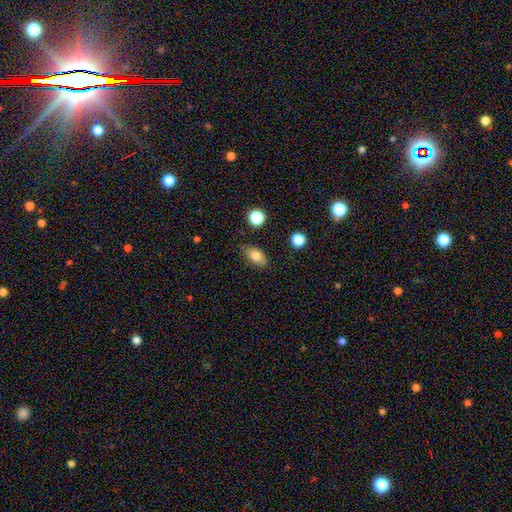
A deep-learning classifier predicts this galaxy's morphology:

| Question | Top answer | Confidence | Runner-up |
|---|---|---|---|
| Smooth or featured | smooth | 79% | featured or disk (11%) |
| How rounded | in between | 87% | round (9%) |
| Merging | none | 80% | minor disturbance (15%) |